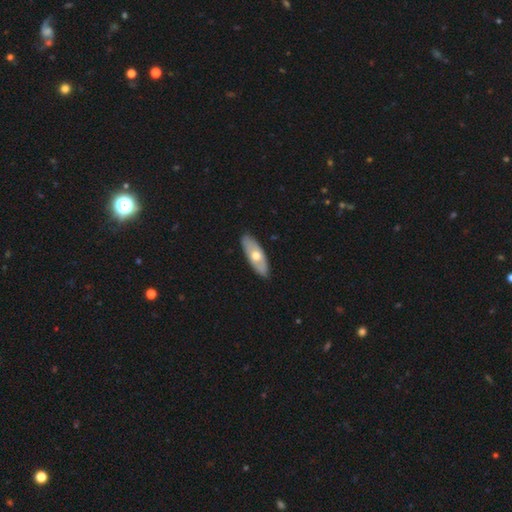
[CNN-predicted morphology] smooth-or-featured: smooth: 51% | featured or disk: 45% | star or artifact: 5%
  how-rounded: in between: 74% | cigar-shaped: 23% | round: 3%
  merging: none: 87% | minor disturbance: 10% | major disturbance: 2% | merger: 1%